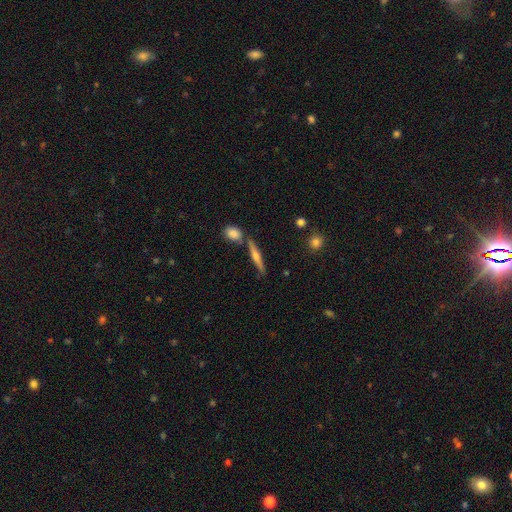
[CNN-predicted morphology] Smooth or featured? Predicted: featured or disk (p=0.54). Edge-on disk? Predicted: yes (p=0.95). Edge-on bulge? Predicted: rounded (p=0.81). Merging? Predicted: none (p=0.74).